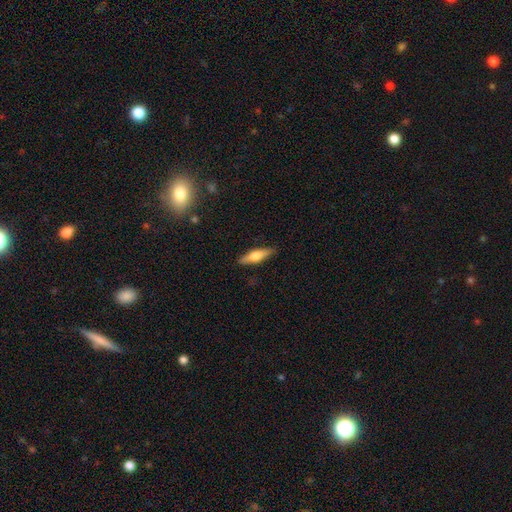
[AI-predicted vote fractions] A smooth galaxy with no disk features (52%) that is cigar-shaped (66%).

Vote fractions:
- Smooth or featured? smooth: 52% / featured or disk: 42% / star or artifact: 6%
- How rounded? cigar-shaped: 66% / in between: 31% / round: 2%
- Merging? none: 88% / minor disturbance: 9% / major disturbance: 2% / merger: 1%